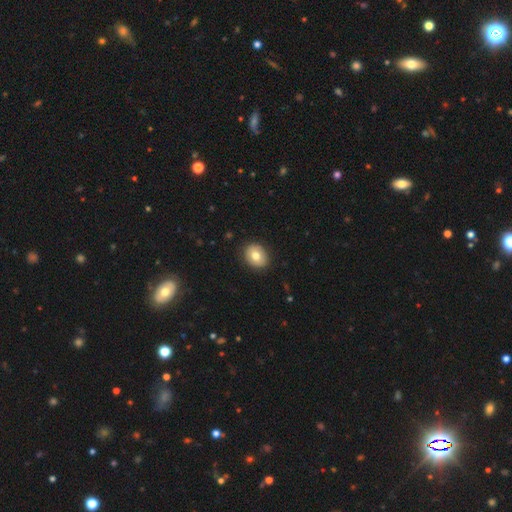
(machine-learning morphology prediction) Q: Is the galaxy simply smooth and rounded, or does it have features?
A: smooth — 78%.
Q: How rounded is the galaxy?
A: in between — 52%.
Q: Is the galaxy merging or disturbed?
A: none — 89%.